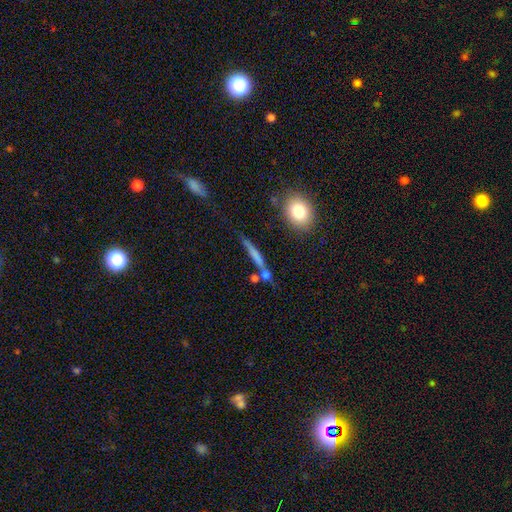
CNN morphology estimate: A smooth galaxy with no disk features (55%) that is cigar-shaped (84%).

Vote fractions:
- Smooth or featured? smooth: 55% / featured or disk: 34% / star or artifact: 11%
- How rounded? cigar-shaped: 84% / in between: 9% / round: 7%
- Merging? none: 63% / merger: 17% / minor disturbance: 14% / major disturbance: 6%